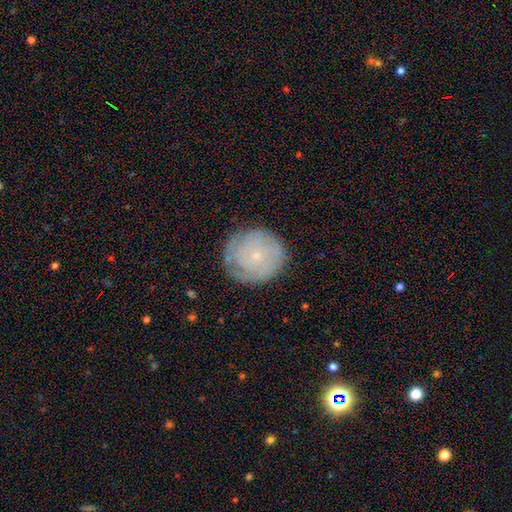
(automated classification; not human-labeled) A featured or disk galaxy (59%) with no bar (85%), spiral arms (84%) and a small central bulge (85%).

Vote fractions:
- Smooth or featured? featured or disk: 59% / smooth: 32% / star or artifact: 8%
- Edge-on disk? no: 97% / yes: 3%
- Bar? no: 85% / weak: 12% / strong: 2%
- Spiral arms? yes: 84% / no: 16%
- Bulge size? small: 85% / moderate: 10% / none: 3% / large: 1% / dominant: 1%
- Merging? none: 80% / minor disturbance: 14% / major disturbance: 4% / merger: 1%